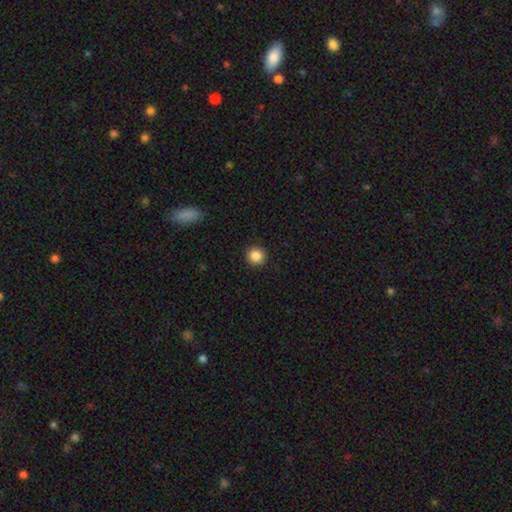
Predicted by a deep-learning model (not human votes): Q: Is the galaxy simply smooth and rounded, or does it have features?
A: smooth — 87%.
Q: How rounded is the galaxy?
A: round — 93%.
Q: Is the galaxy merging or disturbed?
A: none — 91%.